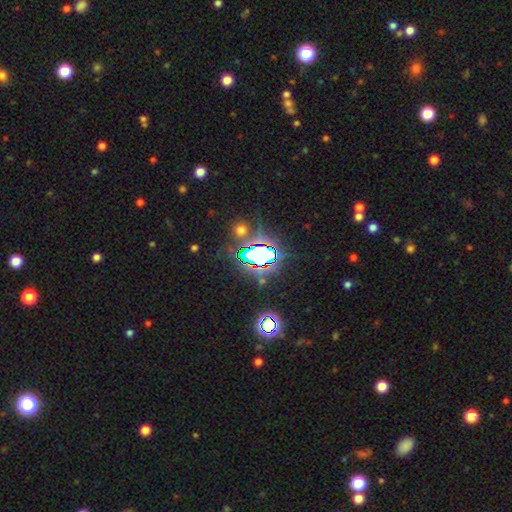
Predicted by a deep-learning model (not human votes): A star or artifact, not a galaxy (70%).